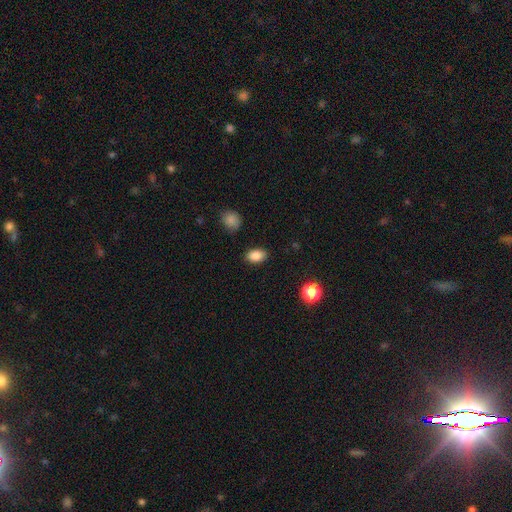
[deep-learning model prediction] Q: Smooth or featured?
A: smooth (87%); runner-up: star or artifact (9%)
Q: How rounded?
A: in between (85%); runner-up: round (14%)
Q: Merging?
A: none (86%); runner-up: minor disturbance (10%)